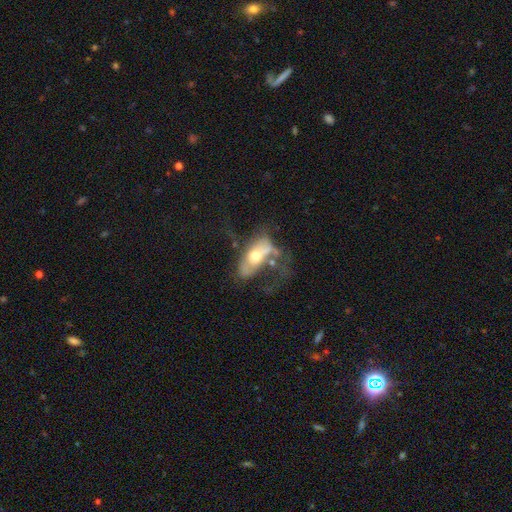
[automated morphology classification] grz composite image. It shows a featured or disk galaxy (53%). Merging: major disturbance (43%).